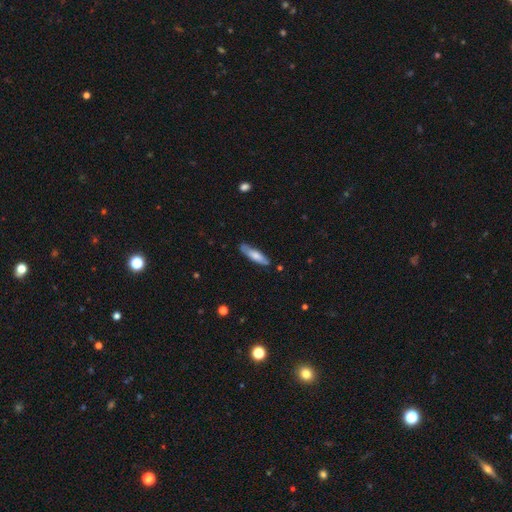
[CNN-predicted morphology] This appears to be a smooth galaxy with no disk features (66%) that is cigar-shaped (70%). Merging: none (75%).